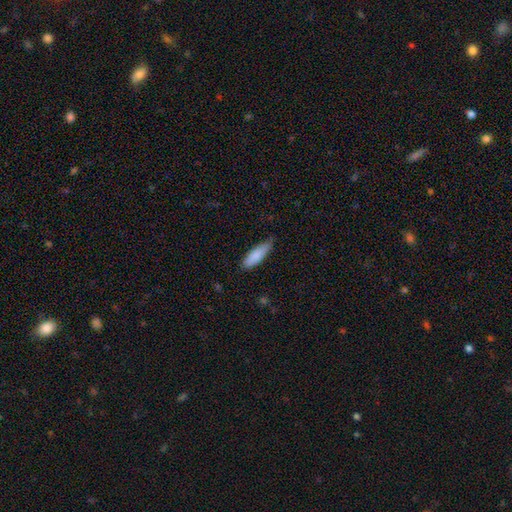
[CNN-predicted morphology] Smooth or featured? smooth (85%)
How rounded? cigar-shaped (50%)
Merging? none (77%)